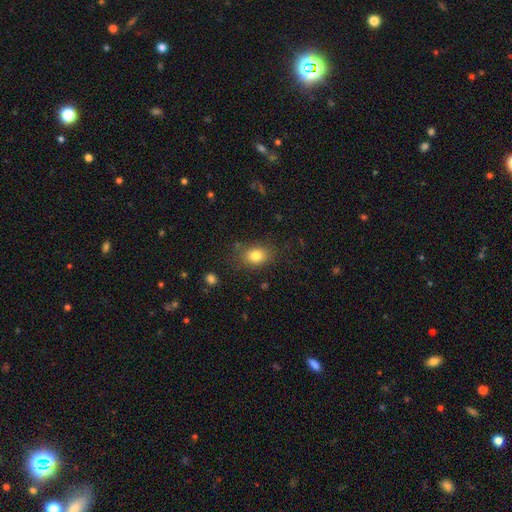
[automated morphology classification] smooth_or_featured: smooth (p=0.80) [alt: star or artifact p=0.11]
how_rounded: in between (p=0.65) [alt: round p=0.34]
merging: none (p=0.80) [alt: minor disturbance p=0.13]